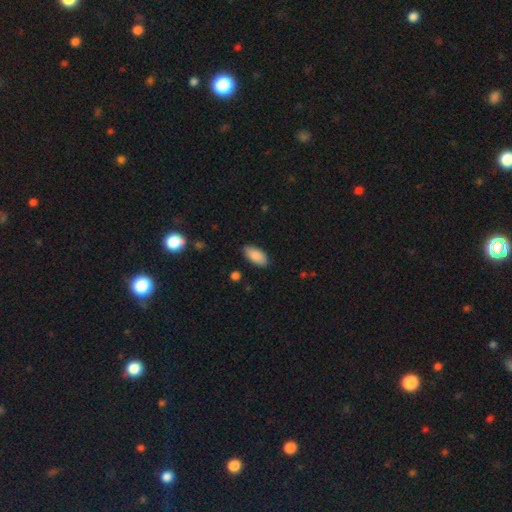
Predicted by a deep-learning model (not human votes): Smooth or featured? smooth (89%)
How rounded? in between (93%)
Merging? none (87%)